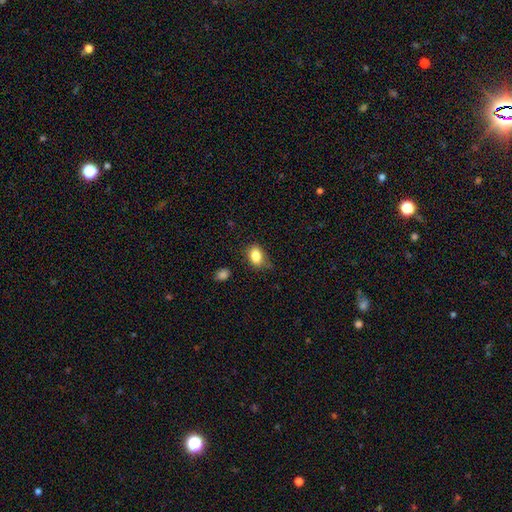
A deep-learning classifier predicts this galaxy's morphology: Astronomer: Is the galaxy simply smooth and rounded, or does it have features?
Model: smooth — 85%.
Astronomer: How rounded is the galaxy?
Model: in between — 74%.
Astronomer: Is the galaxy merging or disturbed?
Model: none — 72%.